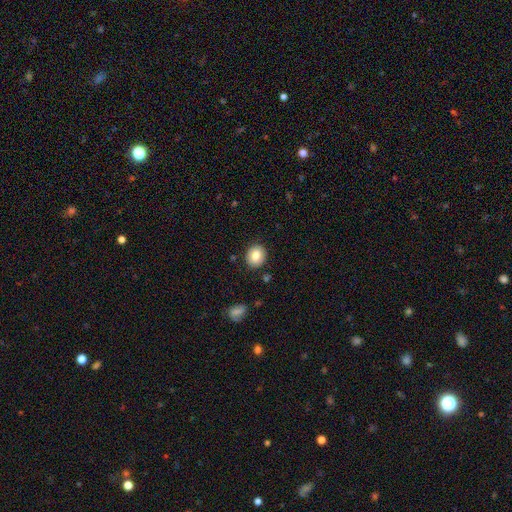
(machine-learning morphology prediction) Smooth or featured? Predicted: smooth (p=0.81). How rounded? Predicted: round (p=0.69). Merging? Predicted: none (p=0.88).